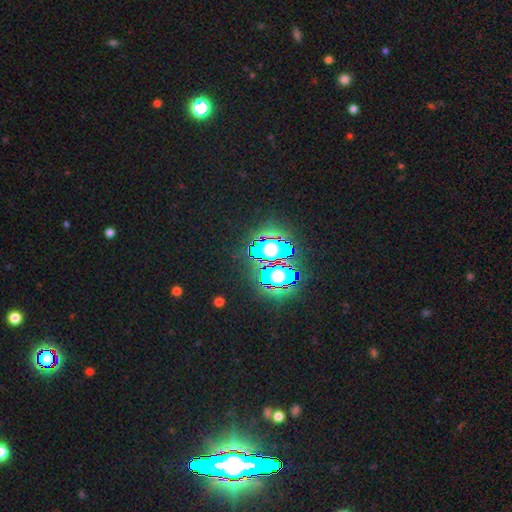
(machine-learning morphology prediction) star or artifact 84%, smooth 9%, featured or disk 7%.